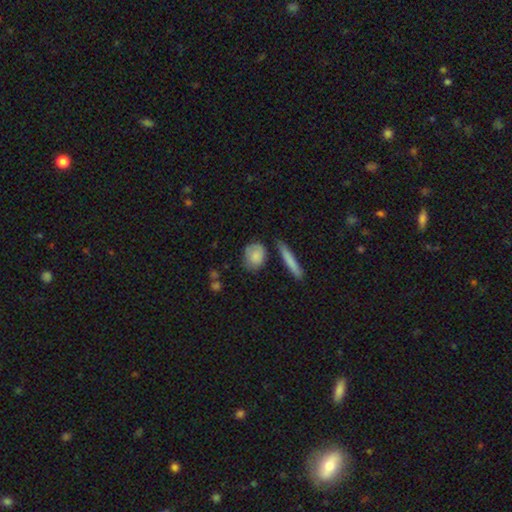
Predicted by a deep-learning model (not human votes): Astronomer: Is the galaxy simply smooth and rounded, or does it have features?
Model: smooth — 80%.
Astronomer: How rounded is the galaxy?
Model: in between — 47% (runner-up: round, 43%).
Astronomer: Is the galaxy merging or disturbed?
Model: none — 67%.